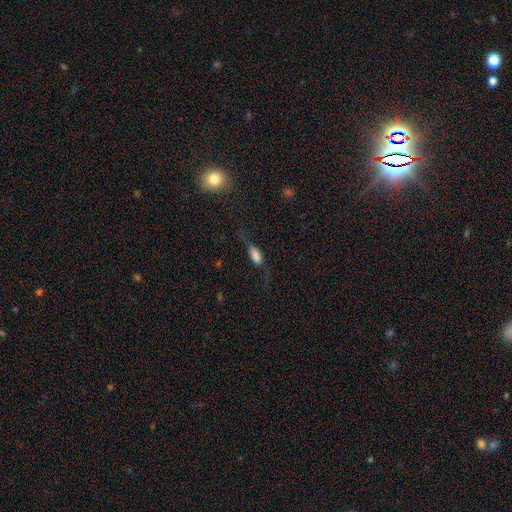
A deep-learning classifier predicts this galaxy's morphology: smooth_or_featured: smooth (p=0.71) [alt: featured or disk p=0.19]
how_rounded: in between (p=0.78) [alt: cigar-shaped p=0.18]
merging: none (p=0.42) [alt: major disturbance p=0.29]